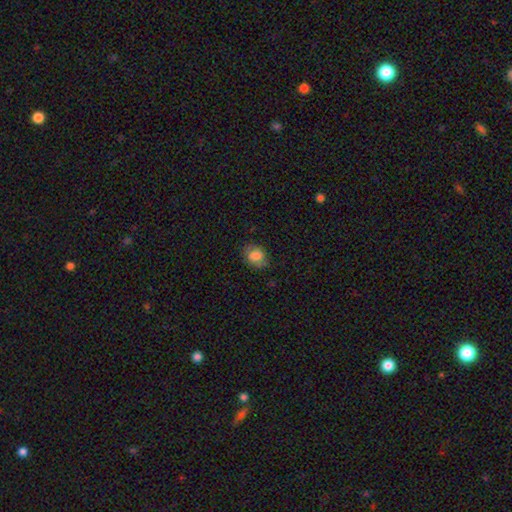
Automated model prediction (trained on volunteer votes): This appears to be a smooth galaxy with no disk features (80%) that is in between round and cigar-shaped (50%). Merging: none (75%).